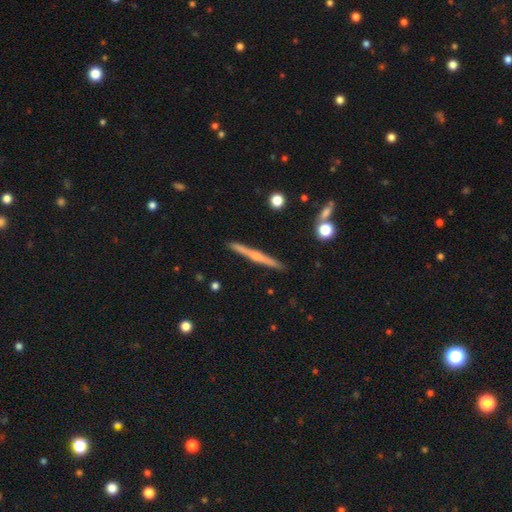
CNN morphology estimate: Smooth or featured?
  - featured or disk: 64% *
  - smooth: 30%
  - star or artifact: 6%
Edge-on disk?
  - yes: 98% *
  - no: 2%
Edge-on bulge?
  - rounded: 57% *
  - none: 33%
  - boxy: 10%
Merging?
  - none: 91% *
  - minor disturbance: 6%
  - merger: 2%
  - major disturbance: 1%